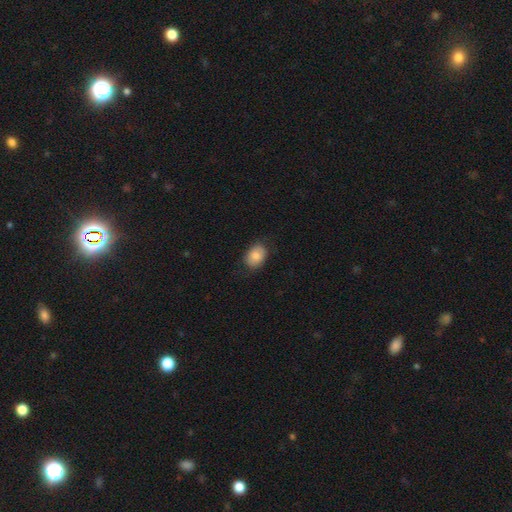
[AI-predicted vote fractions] Smooth or featured? smooth (83%)
How rounded? in between (72%)
Merging? none (81%)